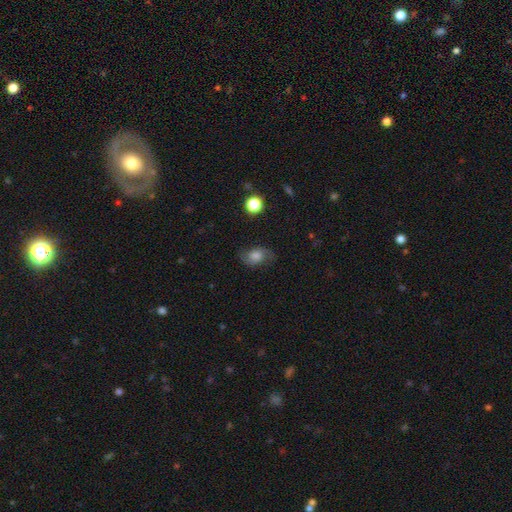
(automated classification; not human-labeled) smooth_or_featured: featured or disk (p=0.48) [alt: smooth p=0.41]
merging: none (p=0.72) [alt: minor disturbance p=0.19]